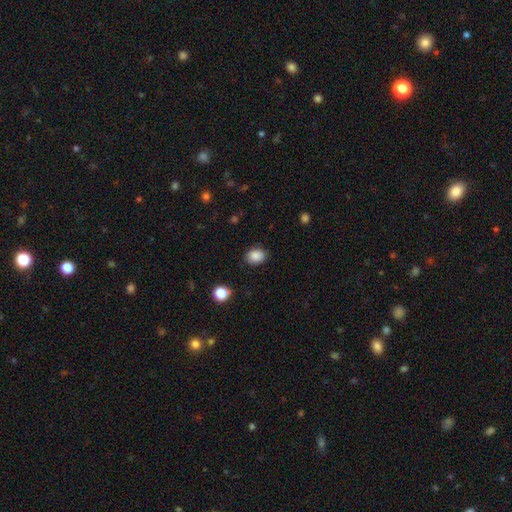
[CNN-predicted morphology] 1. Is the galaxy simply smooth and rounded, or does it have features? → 87% smooth, 9% star or artifact, 4% featured or disk.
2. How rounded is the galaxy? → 61% in between, 38% round, 1% cigar-shaped.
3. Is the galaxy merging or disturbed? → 84% none, 12% minor disturbance, 3% major disturbance, 1% merger.